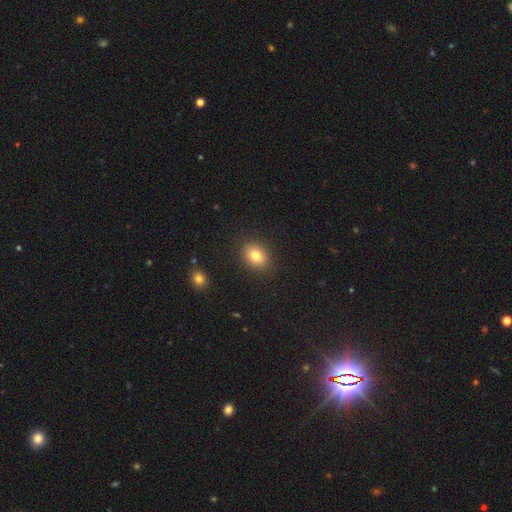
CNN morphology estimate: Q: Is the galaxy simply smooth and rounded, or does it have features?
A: smooth — 80%.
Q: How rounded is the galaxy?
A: in between — 54%.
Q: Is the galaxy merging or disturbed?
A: none — 88%.